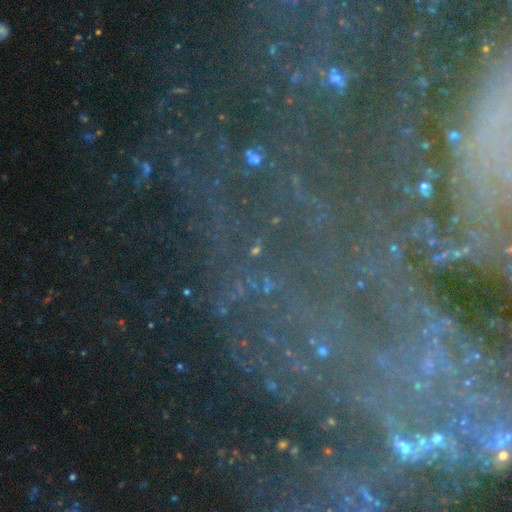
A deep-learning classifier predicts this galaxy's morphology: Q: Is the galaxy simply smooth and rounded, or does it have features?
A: star or artifact — 60%.